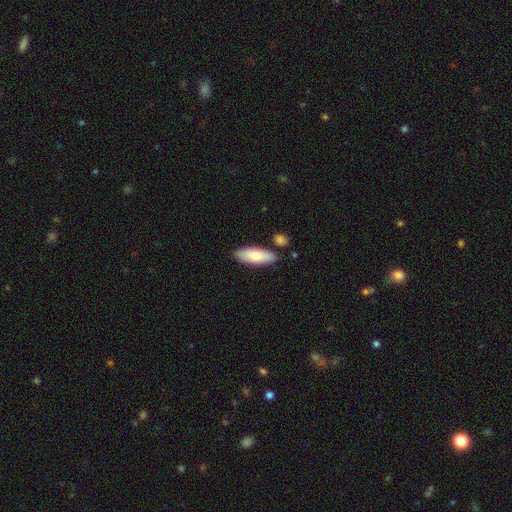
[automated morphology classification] Smooth or featured? Predicted: smooth (p=0.82). How rounded? Predicted: in between (p=0.67). Merging? Predicted: none (p=0.81).